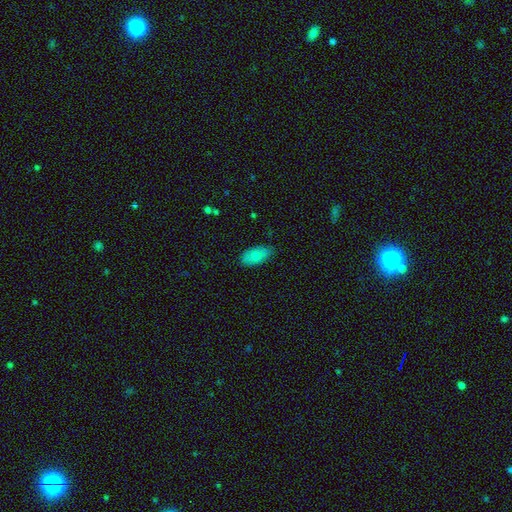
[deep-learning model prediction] Overall: smooth (83%). How rounded: in between (93%). Merging: none (79%).